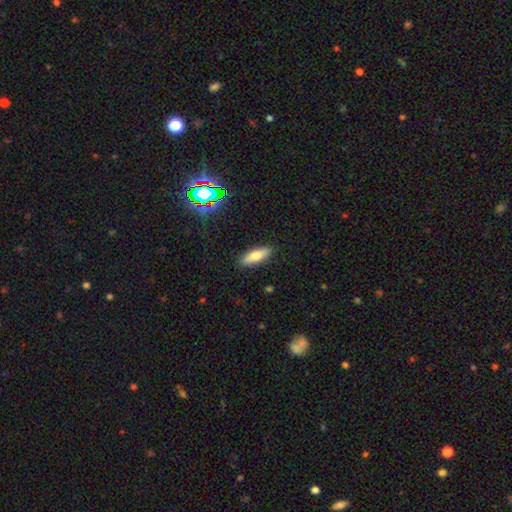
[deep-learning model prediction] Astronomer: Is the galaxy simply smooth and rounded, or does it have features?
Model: smooth — 70%.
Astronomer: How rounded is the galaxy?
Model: in between — 56% (runner-up: cigar-shaped, 41%).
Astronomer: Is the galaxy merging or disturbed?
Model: none — 89%.